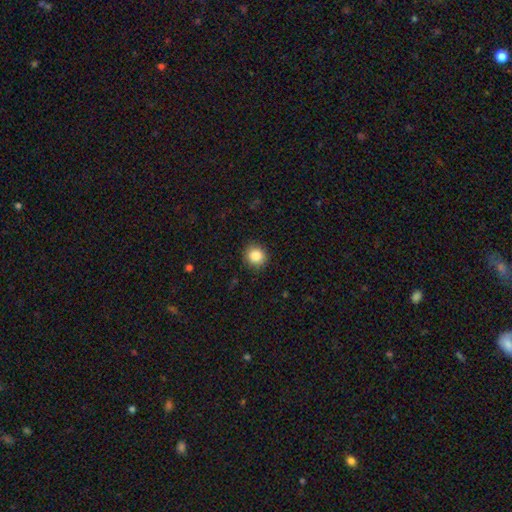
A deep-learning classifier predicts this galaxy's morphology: This appears to be a smooth galaxy with no disk features (85%) that is round (89%). Merging: none (90%).